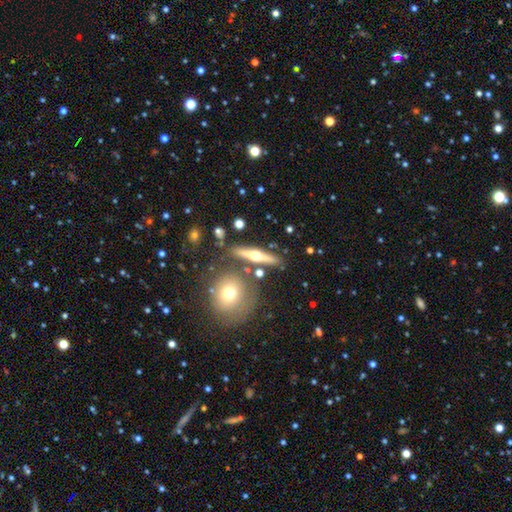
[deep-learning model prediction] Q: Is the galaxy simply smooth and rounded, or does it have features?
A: featured or disk — 64%.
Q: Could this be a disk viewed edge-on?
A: yes — 91%.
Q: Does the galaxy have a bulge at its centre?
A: rounded — 94%.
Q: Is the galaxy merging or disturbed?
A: none — 81%.